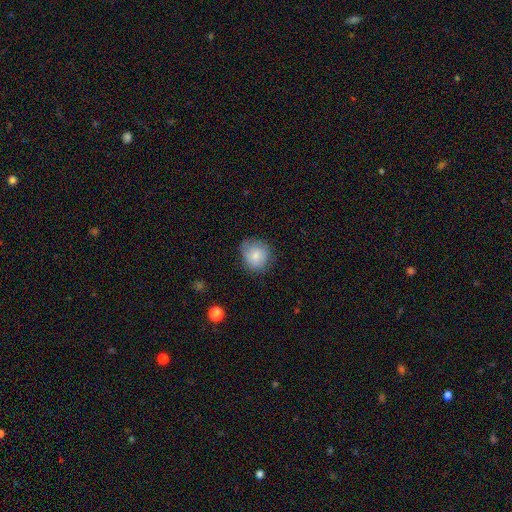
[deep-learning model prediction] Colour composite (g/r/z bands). It shows a smooth galaxy with no disk features (82%) that is round (79%). Merging: none (72%).